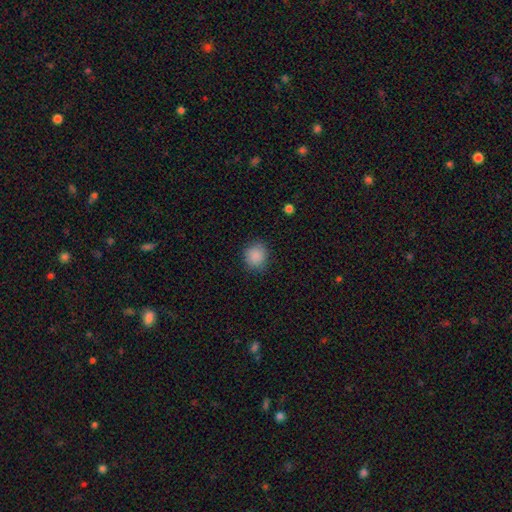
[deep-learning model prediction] Q: Smooth or featured?
A: smooth (88%); runner-up: star or artifact (9%)
Q: How rounded?
A: round (80%); runner-up: in between (19%)
Q: Merging?
A: none (86%); runner-up: minor disturbance (10%)